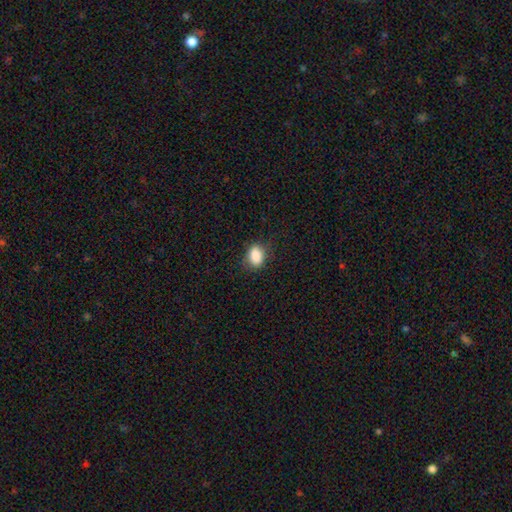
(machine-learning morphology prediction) Overall: smooth (88%). How rounded: in between (77%). Merging: none (79%).